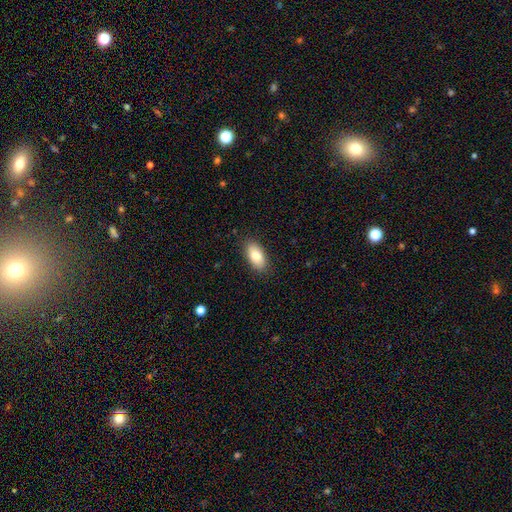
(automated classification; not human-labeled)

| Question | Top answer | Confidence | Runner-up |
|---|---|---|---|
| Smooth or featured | smooth | 82% | featured or disk (11%) |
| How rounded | in between | 92% | cigar-shaped (5%) |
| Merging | none | 87% | minor disturbance (10%) |